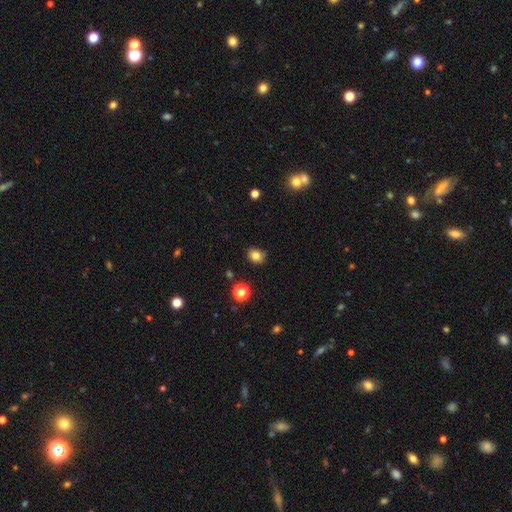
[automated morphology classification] Smooth or featured? smooth (80%)
How rounded? round (61%)
Merging? none (77%)